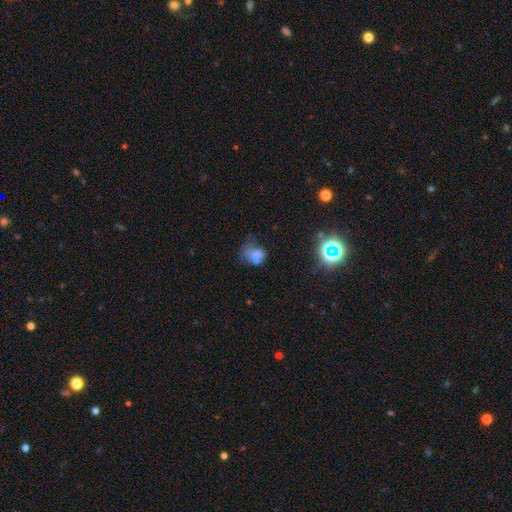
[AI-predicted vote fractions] The model was most divided on "merging" (2-way tie): major disturbance: 28%, none: 28%, minor disturbance: 23%, merger: 21%. More confident: how rounded — in between (63%); smooth or featured — smooth (56%).